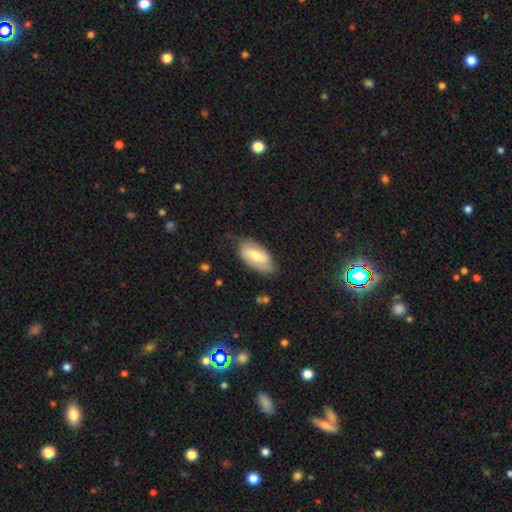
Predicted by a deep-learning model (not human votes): Smooth or featured?
  - smooth: 53% *
  - featured or disk: 41%
  - star or artifact: 6%
How rounded?
  - in between: 92% *
  - cigar-shaped: 5%
  - round: 3%
Merging?
  - none: 67% *
  - minor disturbance: 24%
  - major disturbance: 7%
  - merger: 2%